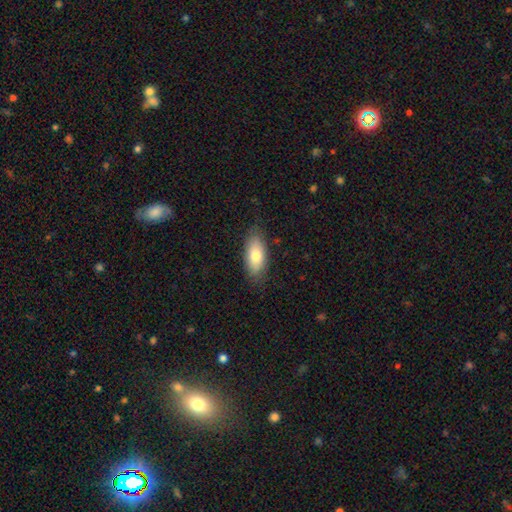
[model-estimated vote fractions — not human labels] Smooth or featured: smooth — 76% (featured or disk — 17%)
How rounded: in between — 83% (cigar-shaped — 14%)
Merging: none — 82% (minor disturbance — 14%)